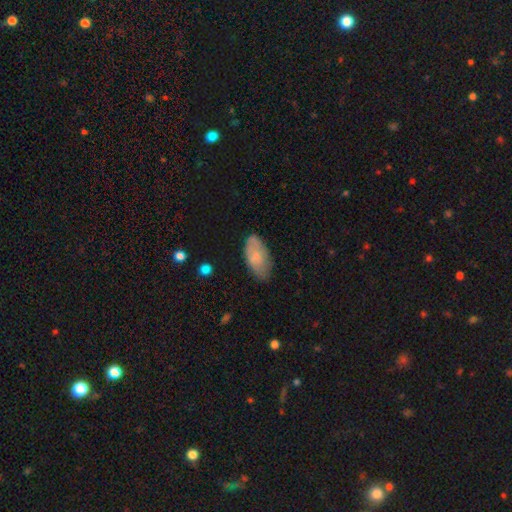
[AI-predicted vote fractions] Smooth or featured? smooth (67%)
How rounded? in between (93%)
Merging? none (68%)